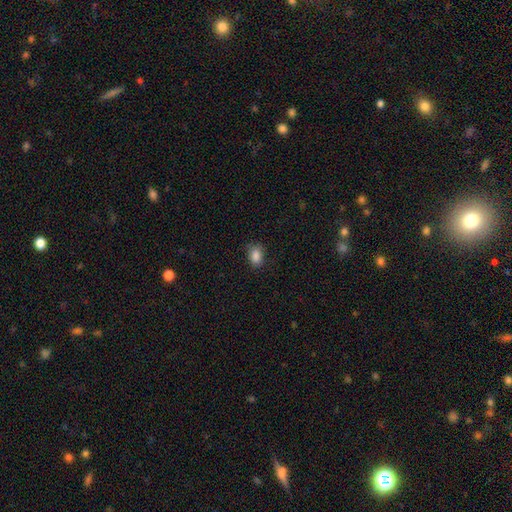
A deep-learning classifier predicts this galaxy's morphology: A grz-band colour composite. It shows a smooth galaxy with no disk features (86%) that is in between round and cigar-shaped (74%). Merging: none (80%).